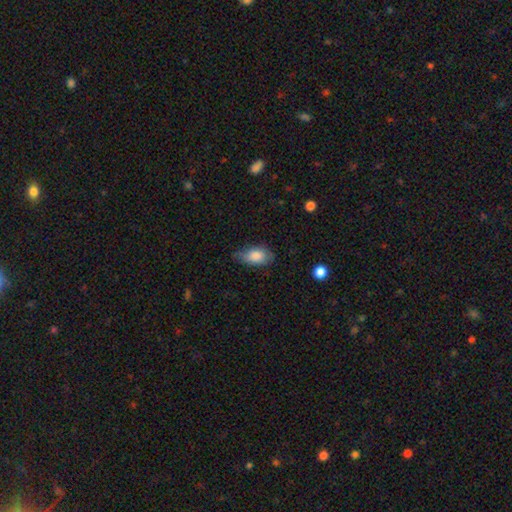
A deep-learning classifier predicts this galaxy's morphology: Q: Smooth or featured?
A: smooth (84%); runner-up: featured or disk (9%)
Q: How rounded?
A: in between (91%); runner-up: round (6%)
Q: Merging?
A: none (59%); runner-up: minor disturbance (32%)